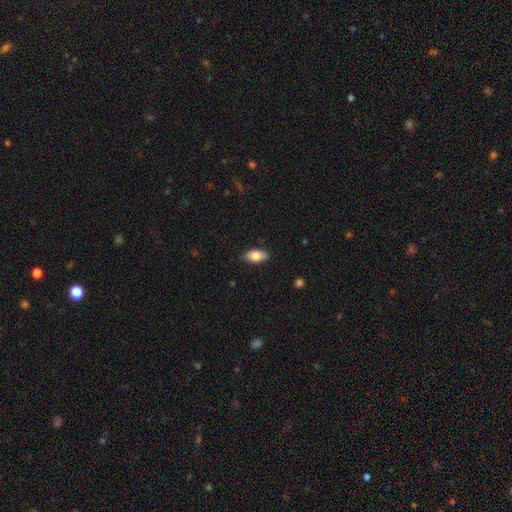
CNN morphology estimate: smooth_or_featured: smooth (p=0.81) [alt: featured or disk p=0.13]
how_rounded: in between (p=0.91) [alt: cigar-shaped p=0.05]
merging: none (p=0.85) [alt: minor disturbance p=0.12]